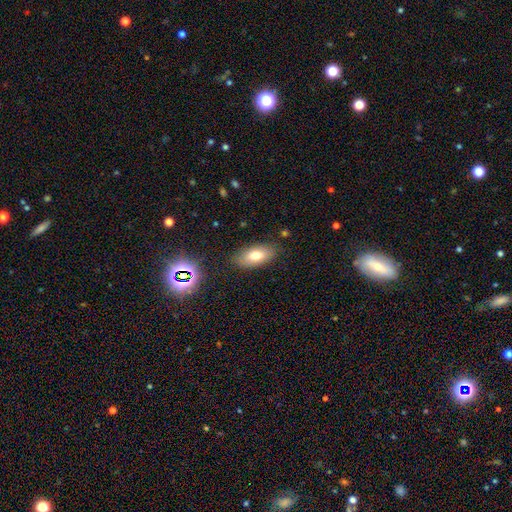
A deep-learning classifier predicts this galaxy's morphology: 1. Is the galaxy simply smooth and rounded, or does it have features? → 73% smooth, 18% featured or disk, 9% star or artifact.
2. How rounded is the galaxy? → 90% in between, 6% cigar-shaped, 4% round.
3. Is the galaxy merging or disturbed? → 83% none, 12% minor disturbance, 3% major disturbance, 2% merger.